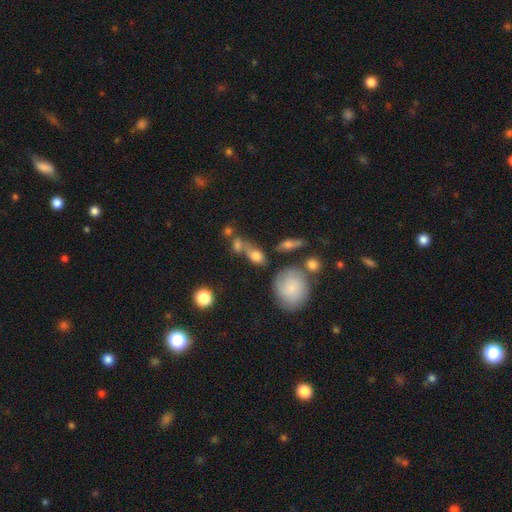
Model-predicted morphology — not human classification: Smooth or featured? Predicted: smooth (p=0.68). How rounded? Predicted: in between (p=0.64). Merging? Predicted: merger (p=0.41).